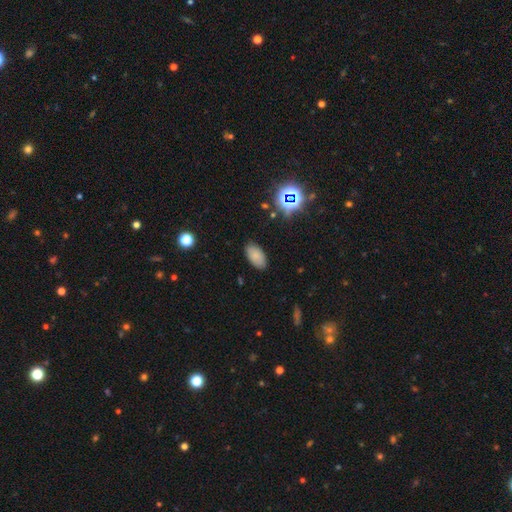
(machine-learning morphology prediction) This is clearly a smooth galaxy (81%). How rounded: clearly in between (95%). Merging: clearly none (86%).